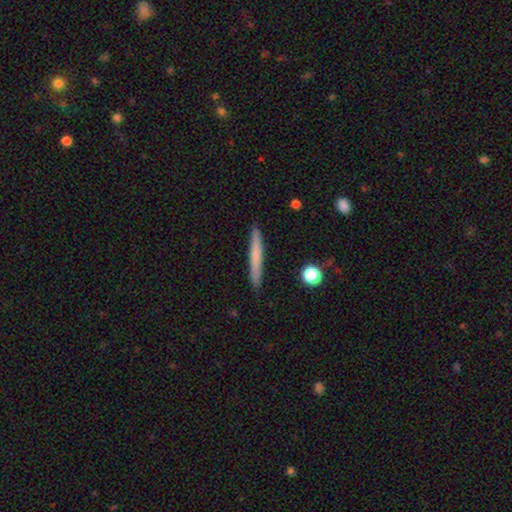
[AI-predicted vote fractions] A smooth galaxy with no disk features (66%) that is cigar-shaped (96%).

Vote fractions:
- Smooth or featured? smooth: 66% / featured or disk: 27% / star or artifact: 6%
- How rounded? cigar-shaped: 96% / in between: 2% / round: 1%
- Merging? none: 90% / minor disturbance: 7% / major disturbance: 1% / merger: 1%